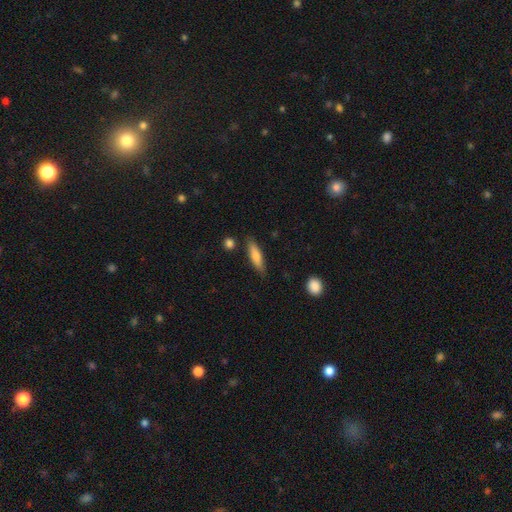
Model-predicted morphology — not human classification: smooth 75%, featured or disk 19%, star or artifact 6%. Down the decision tree: how rounded — cigar-shaped (69%); merging — none (83%).